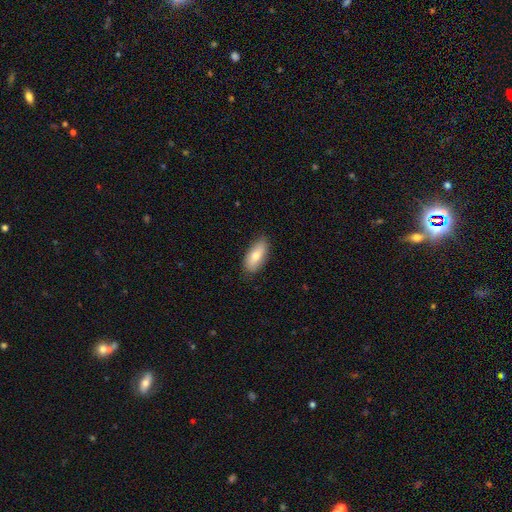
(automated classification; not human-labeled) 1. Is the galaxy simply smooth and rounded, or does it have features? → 73% smooth, 20% featured or disk, 7% star or artifact.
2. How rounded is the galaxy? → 86% in between, 11% cigar-shaped, 3% round.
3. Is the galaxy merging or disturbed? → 83% none, 14% minor disturbance, 2% major disturbance, 1% merger.